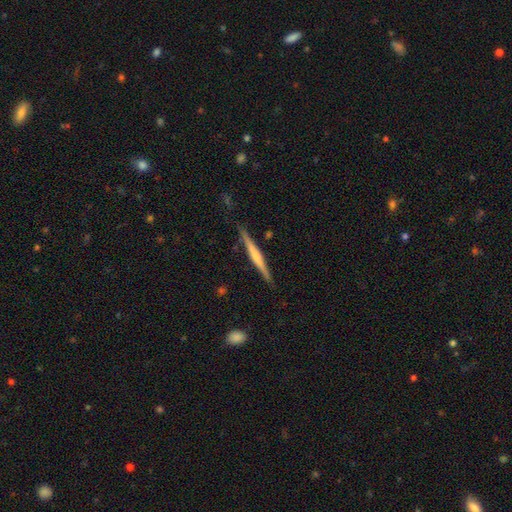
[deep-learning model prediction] featured or disk 60%, smooth 34%, star or artifact 6%. Down the decision tree: edge-on disk — yes (98%); edge-on bulge — rounded (42%); merging — none (87%).